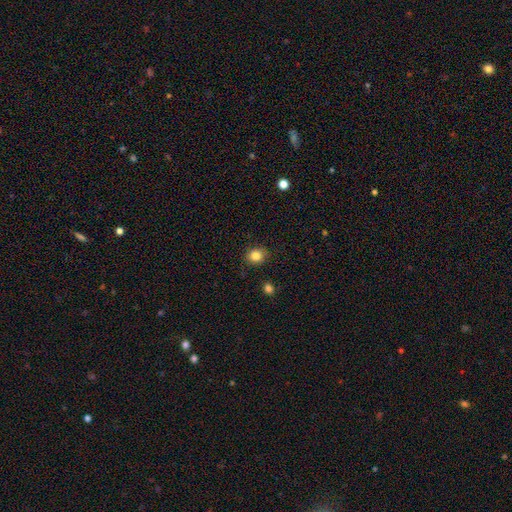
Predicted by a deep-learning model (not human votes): Smooth or featured? Predicted: smooth (p=0.84). How rounded? Predicted: round (p=0.73). Merging? Predicted: none (p=0.87).